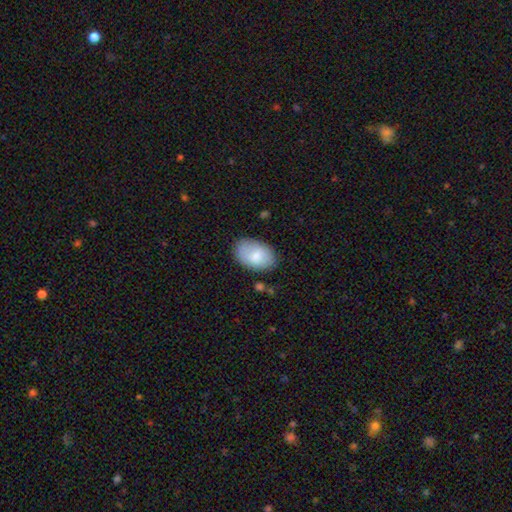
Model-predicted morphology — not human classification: Overall: smooth (79%). How rounded: in between (91%). Merging: none (79%).